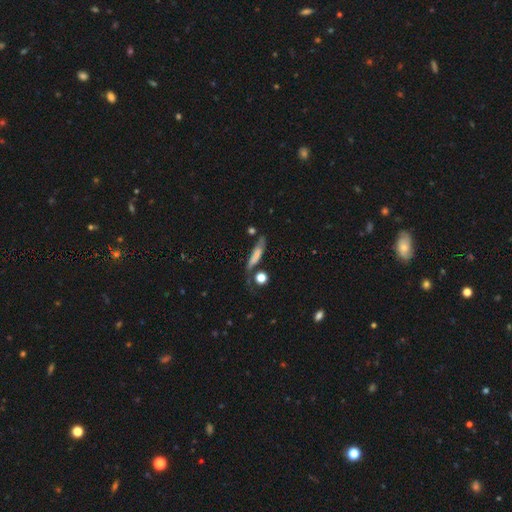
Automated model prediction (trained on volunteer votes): The model was most divided on "smooth or featured": smooth: 56%, featured or disk: 35%, star or artifact: 9%. Remaining: how rounded — cigar-shaped (70%); merging — none (48%).